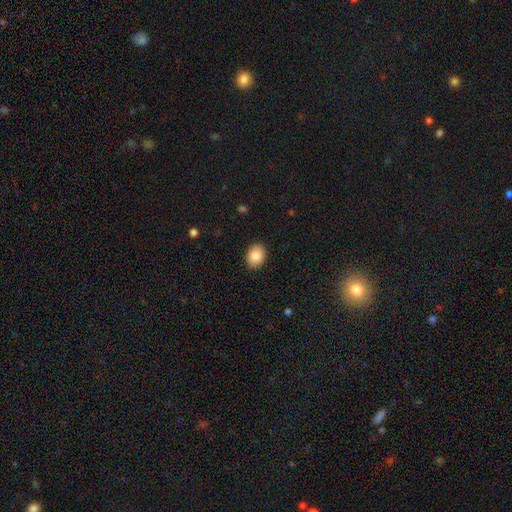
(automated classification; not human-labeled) Morphology: type=smooth (88%); roundness=in between (71%); merging=none (89%).